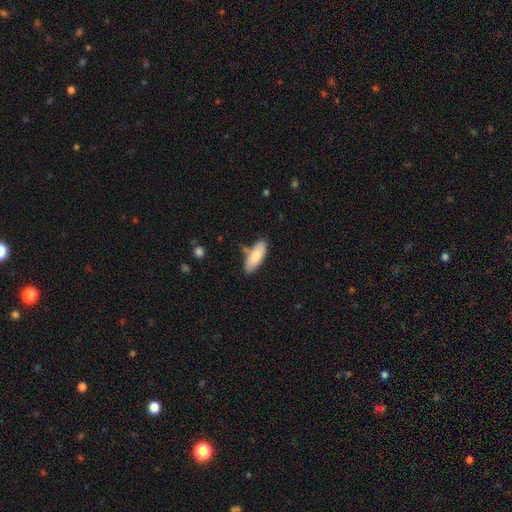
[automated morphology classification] smooth_or_featured: smooth (p=0.76) [alt: featured or disk p=0.18]
how_rounded: in between (p=0.78) [alt: cigar-shaped p=0.20]
merging: none (p=0.72) [alt: minor disturbance p=0.19]